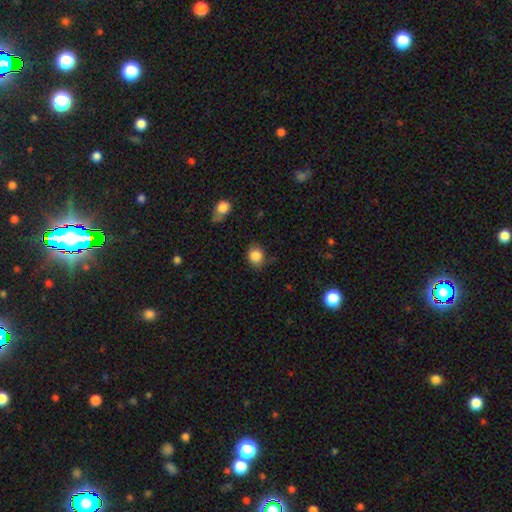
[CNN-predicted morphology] smooth-or-featured: smooth: 85% | star or artifact: 10% | featured or disk: 5%
  how-rounded: round: 69% | in between: 30% | cigar-shaped: 1%
  merging: none: 71% | minor disturbance: 21% | major disturbance: 5% | merger: 2%